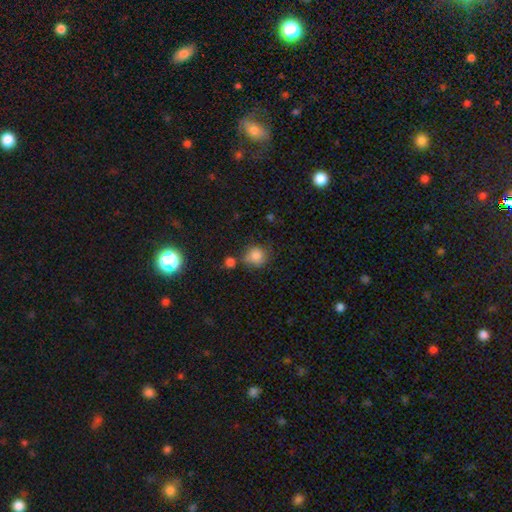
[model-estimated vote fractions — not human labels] Smooth or featured? Predicted: smooth (p=0.84). How rounded? Predicted: round (p=0.87). Merging? Predicted: none (p=0.65).